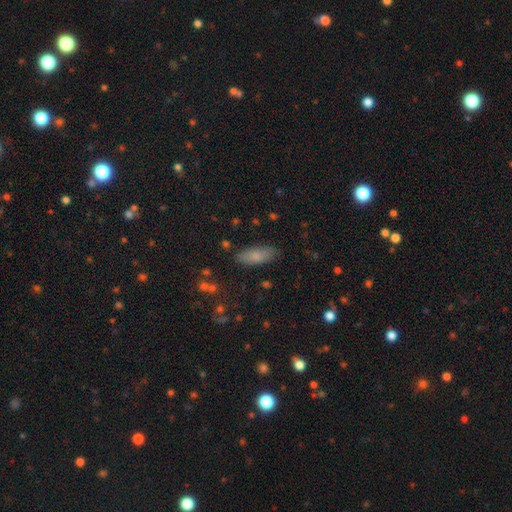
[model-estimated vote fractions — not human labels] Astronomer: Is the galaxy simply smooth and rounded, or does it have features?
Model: smooth — 80%.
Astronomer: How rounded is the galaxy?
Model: in between — 76%.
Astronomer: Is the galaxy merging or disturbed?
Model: none — 83%.